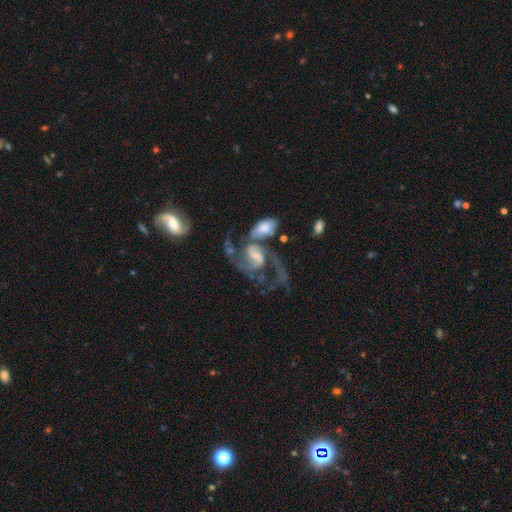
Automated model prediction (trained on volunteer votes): featured or disk 85%, smooth 9%, star or artifact 6%. Down the decision tree: edge-on disk — no (97%); bar — weak (48%); spiral arms — yes (94%); spiral arm count — 2 (81%); spiral winding — medium (45%); bulge size — small (31%); merging — merger (32%).